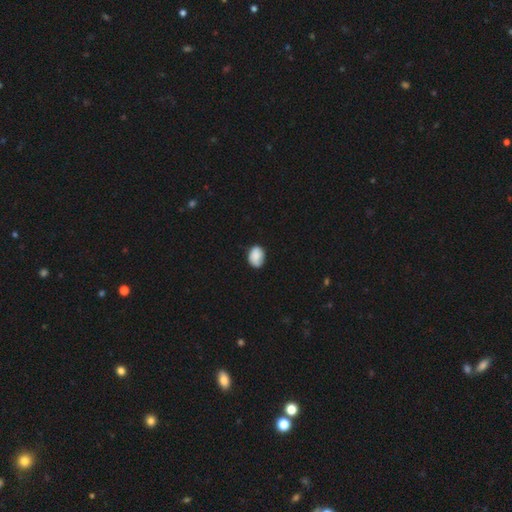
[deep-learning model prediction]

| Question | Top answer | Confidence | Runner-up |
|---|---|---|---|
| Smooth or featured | smooth | 83% | featured or disk (10%) |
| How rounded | in between | 71% | round (28%) |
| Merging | none | 71% | minor disturbance (24%) |